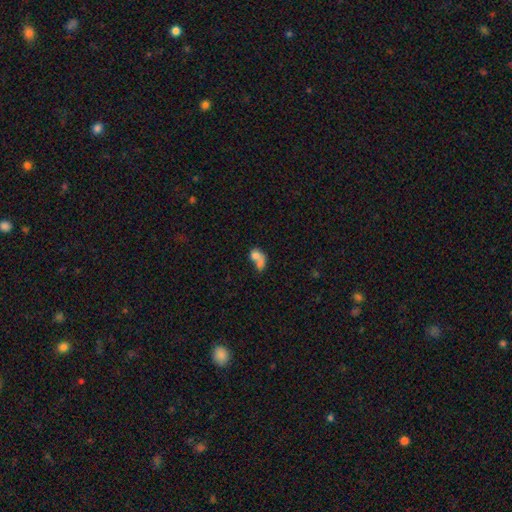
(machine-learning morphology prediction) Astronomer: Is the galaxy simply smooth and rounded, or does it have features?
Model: smooth — 69%.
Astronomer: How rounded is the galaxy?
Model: in between — 61% (runner-up: round, 37%).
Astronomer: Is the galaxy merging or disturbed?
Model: merger — 61%.